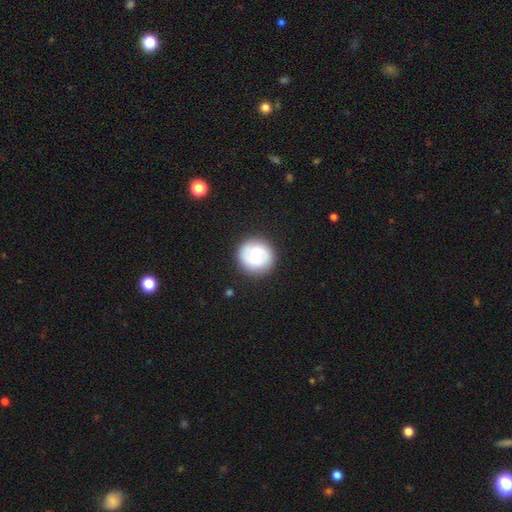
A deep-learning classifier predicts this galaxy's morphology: Q: Smooth or featured?
A: smooth (58%); runner-up: featured or disk (34%)
Q: How rounded?
A: round (91%); runner-up: in between (8%)
Q: Merging?
A: none (88%); runner-up: minor disturbance (8%)